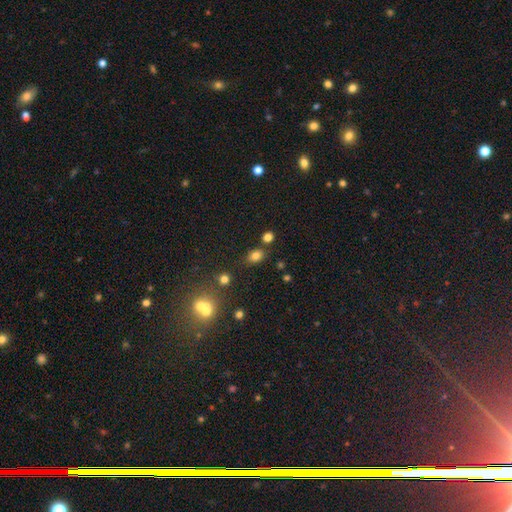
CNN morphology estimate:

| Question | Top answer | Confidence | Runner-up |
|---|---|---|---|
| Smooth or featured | smooth | 80% | star or artifact (14%) |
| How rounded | in between | 69% | round (29%) |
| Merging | none | 74% | minor disturbance (13%) |